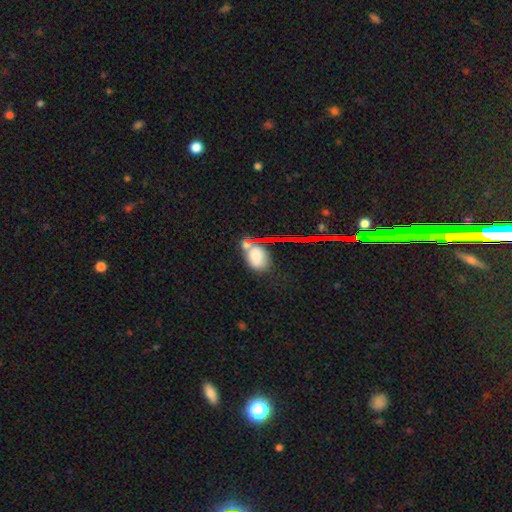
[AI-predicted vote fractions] Smooth or featured: smooth — 67% (featured or disk — 20%)
How rounded: in between — 69% (round — 29%)
Merging: none — 33% (merger — 32%)